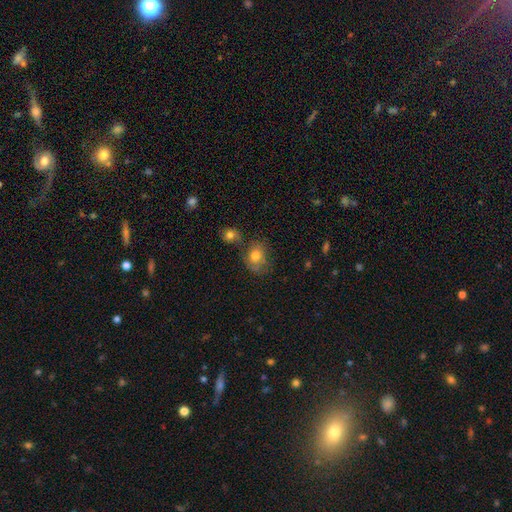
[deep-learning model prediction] This is likely a smooth galaxy (74%). How rounded: possibly round (53%). Merging: possibly none (49%).